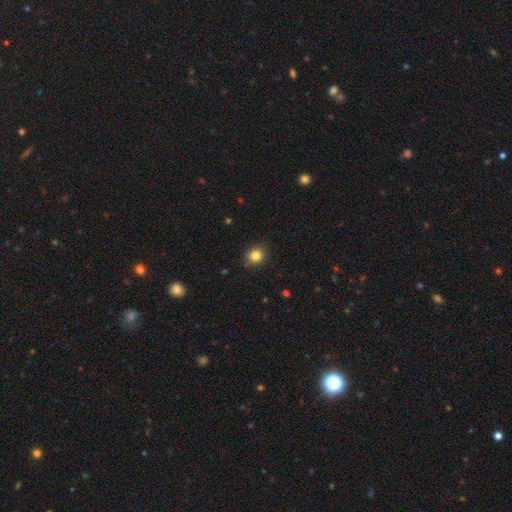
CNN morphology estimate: The model was most divided on "how rounded": round: 76%, in between: 23%, cigar-shaped: 1%. More confident: merging — none (84%); smooth or featured — smooth (84%).